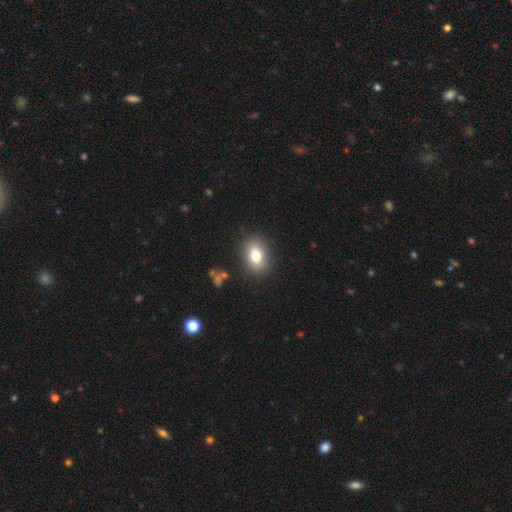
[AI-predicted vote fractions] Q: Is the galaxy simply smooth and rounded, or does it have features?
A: smooth — 79%.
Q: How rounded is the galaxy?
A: in between — 73%.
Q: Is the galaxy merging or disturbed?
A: none — 85%.